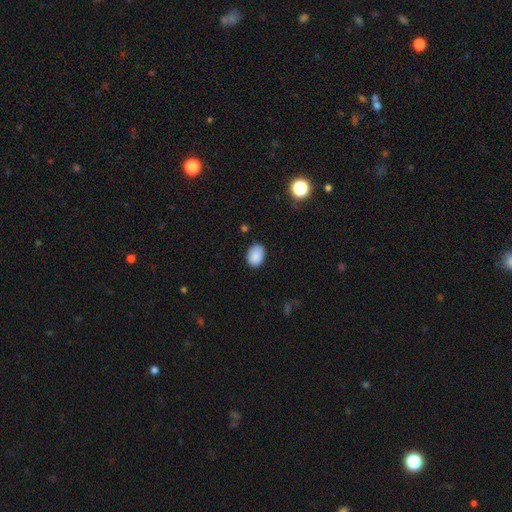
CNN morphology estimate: smooth-or-featured: smooth: 88% | star or artifact: 8% | featured or disk: 4%
  how-rounded: in between: 78% | round: 21% | cigar-shaped: 1%
  merging: none: 83% | minor disturbance: 13% | major disturbance: 3% | merger: 1%